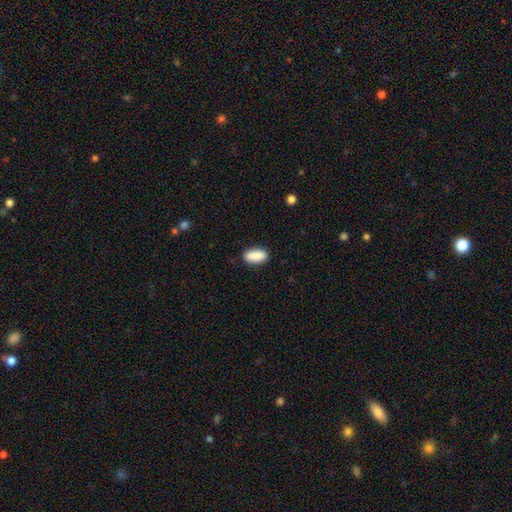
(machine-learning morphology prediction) This appears to be a smooth galaxy with no disk features (89%) that is in between round and cigar-shaped (85%). Merging: none (86%).